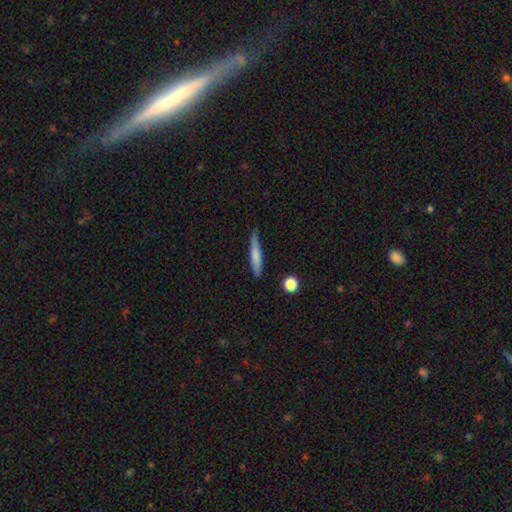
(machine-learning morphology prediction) smooth-or-featured: smooth: 69% | featured or disk: 25% | star or artifact: 6%
  how-rounded: cigar-shaped: 90% | in between: 8% | round: 2%
  merging: none: 78% | minor disturbance: 16% | major disturbance: 3% | merger: 2%